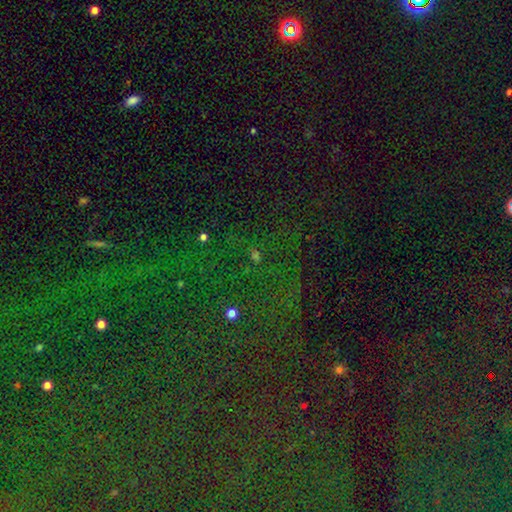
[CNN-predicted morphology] This appears to be a star or artifact, not a galaxy (62%).